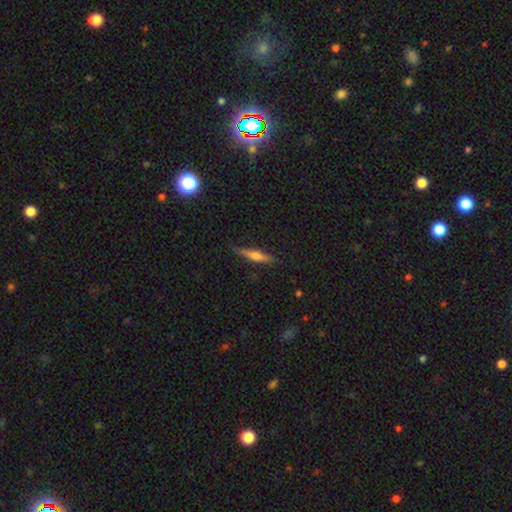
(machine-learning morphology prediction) Smooth or featured? Predicted: featured or disk (p=0.49). Merging? Predicted: none (p=0.84).